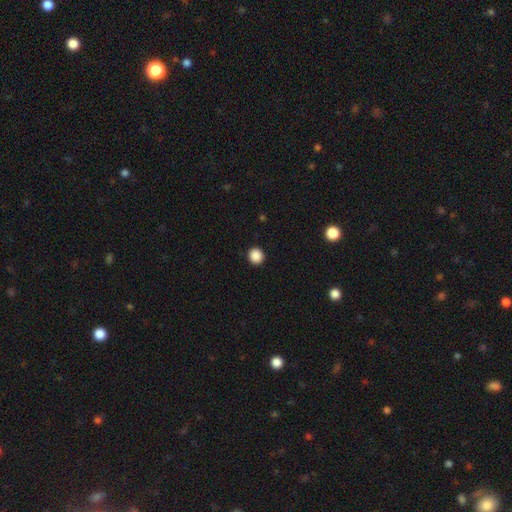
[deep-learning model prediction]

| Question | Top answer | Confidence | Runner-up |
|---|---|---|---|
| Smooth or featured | smooth | 88% | star or artifact (10%) |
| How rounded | round | 92% | in between (7%) |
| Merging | none | 93% | minor disturbance (5%) |